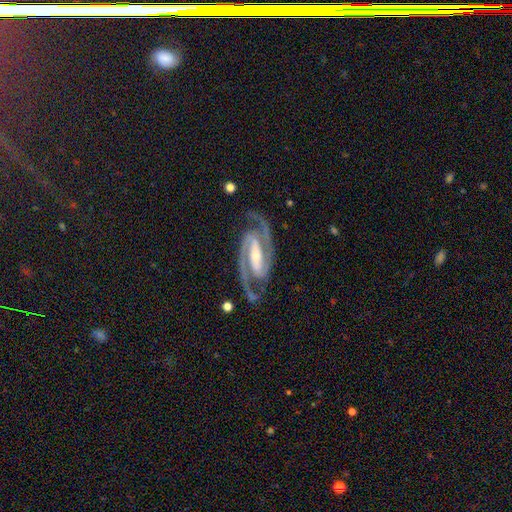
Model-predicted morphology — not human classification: smooth_or_featured: featured or disk (p=0.94) [alt: star or artifact p=0.04]
disk_edge_on: no (p=0.97) [alt: yes p=0.03]
bar: strong (p=0.66) [alt: weak p=0.24]
has_spiral_arms: yes (p=0.99) [alt: no p=0.01]
spiral_winding: medium (p=0.52) [alt: tight p=0.42]
spiral_arm_count: 2 (p=0.94) [alt: 3 p=0.01]
bulge_size: small (p=0.46) [alt: moderate p=0.45]
merging: none (p=0.82) [alt: minor disturbance p=0.12]